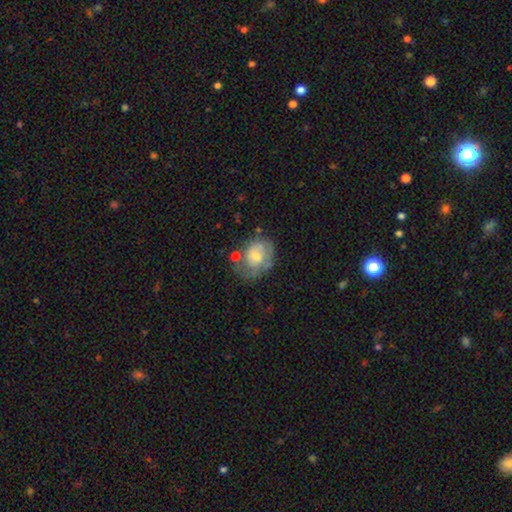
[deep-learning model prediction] Q: Smooth or featured?
A: smooth (48%); runner-up: featured or disk (44%)
Q: Merging?
A: none (41%); runner-up: minor disturbance (29%)